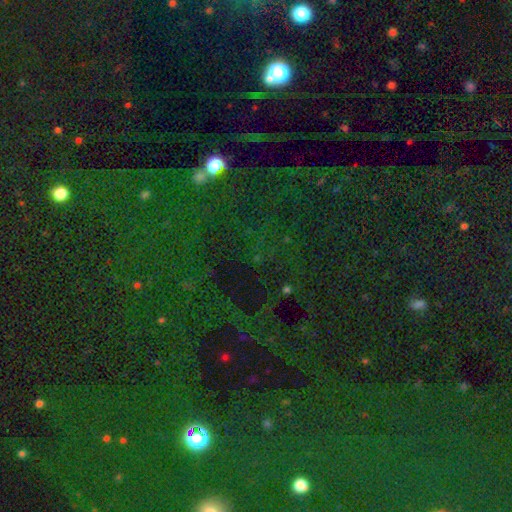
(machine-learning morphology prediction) A star or artifact, not a galaxy (76%).

Vote fractions:
- Smooth or featured? star or artifact: 76% / smooth: 16% / featured or disk: 8%